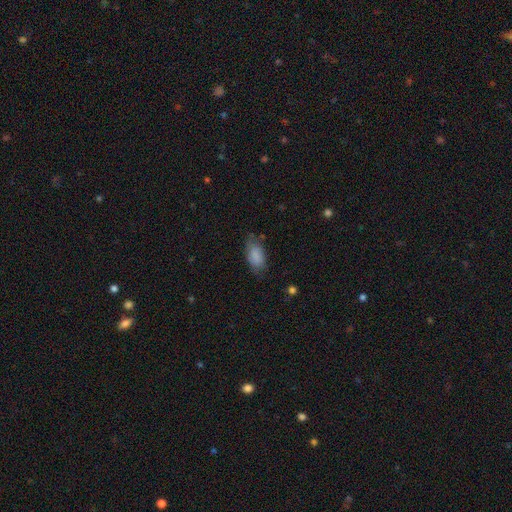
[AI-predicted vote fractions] This is clearly a smooth galaxy (84%). How rounded: clearly in between (92%). Merging: likely none (64%).